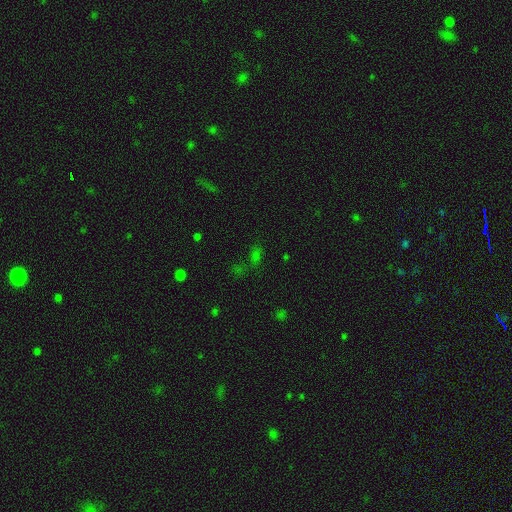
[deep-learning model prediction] star or artifact 48%, smooth 41%, featured or disk 11%.